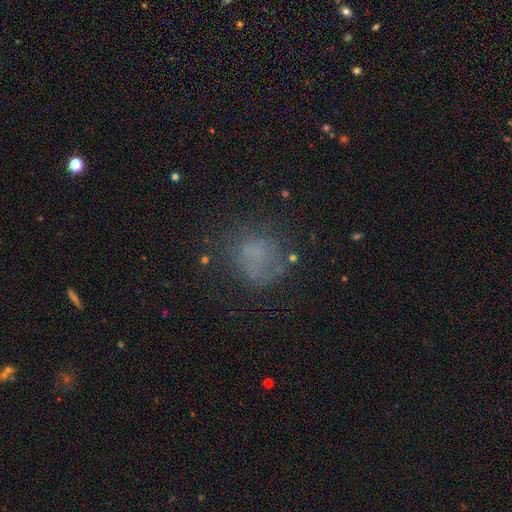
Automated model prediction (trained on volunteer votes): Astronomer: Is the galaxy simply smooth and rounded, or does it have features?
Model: smooth — 59%.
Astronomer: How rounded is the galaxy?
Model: round — 76%.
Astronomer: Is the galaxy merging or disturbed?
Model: none — 60%.